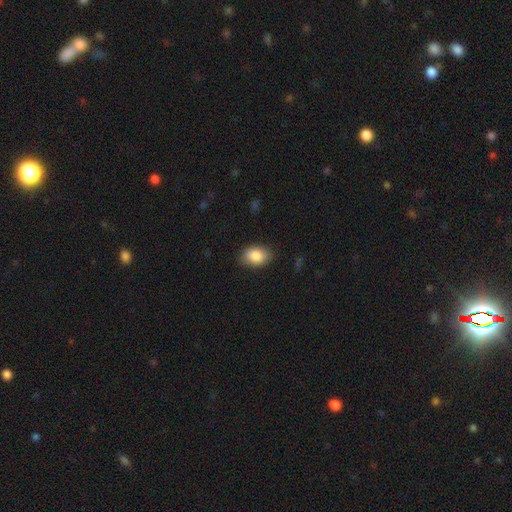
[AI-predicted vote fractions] This appears to be a smooth galaxy with no disk features (86%) that is in between round and cigar-shaped (85%). Merging: none (84%).